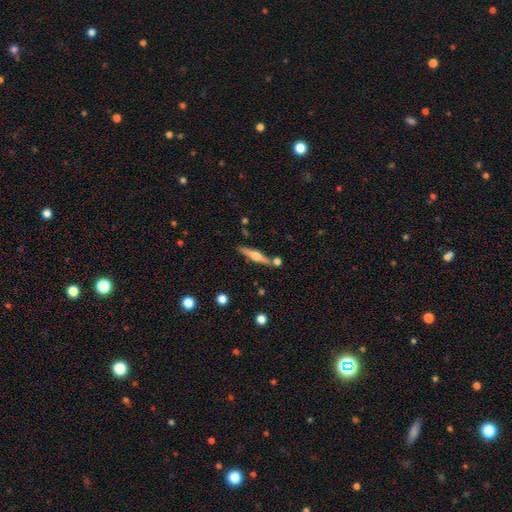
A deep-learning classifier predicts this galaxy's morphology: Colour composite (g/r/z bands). It shows a featured or disk galaxy (70%) viewed edge-on (98%) with a rounded central bulge (92%). Merging: none (81%).